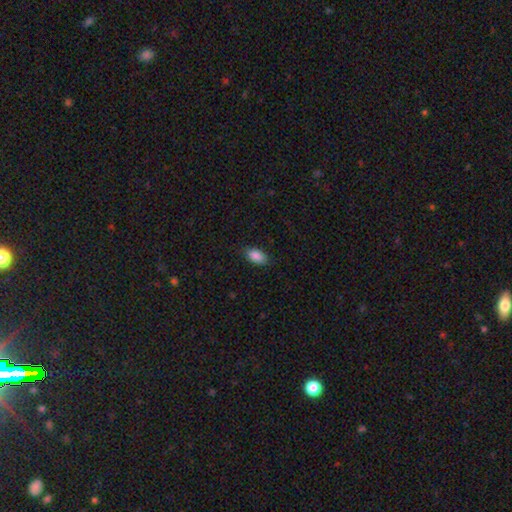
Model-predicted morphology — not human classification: Overall: smooth (88%). How rounded: in between (93%). Merging: none (84%).